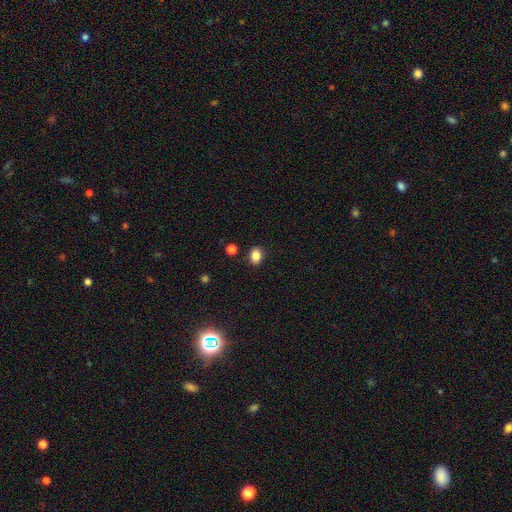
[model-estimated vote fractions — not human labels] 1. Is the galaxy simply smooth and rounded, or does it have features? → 85% smooth, 10% star or artifact, 5% featured or disk.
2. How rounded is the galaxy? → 72% in between, 27% round, 1% cigar-shaped.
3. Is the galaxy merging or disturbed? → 86% none, 9% minor disturbance, 3% merger, 2% major disturbance.